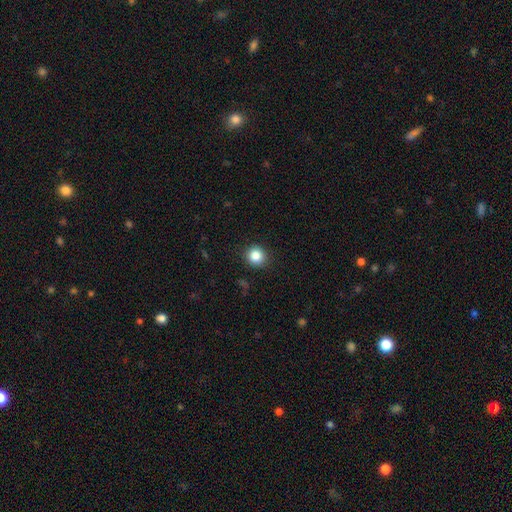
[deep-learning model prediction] smooth-or-featured: smooth: 85% | star or artifact: 10% | featured or disk: 4%
  how-rounded: round: 90% | in between: 9% | cigar-shaped: 1%
  merging: none: 91% | minor disturbance: 6% | major disturbance: 2% | merger: 1%